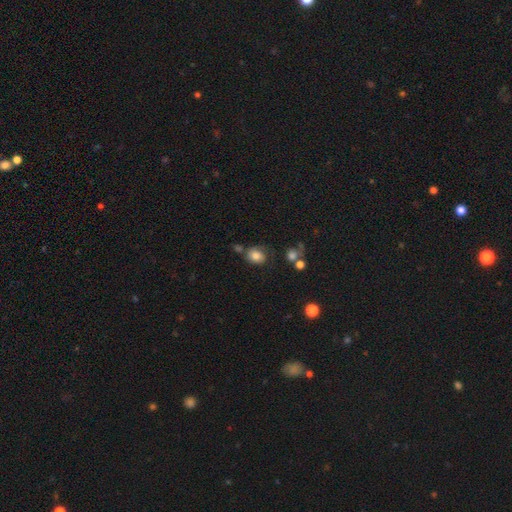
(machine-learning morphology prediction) This is likely a smooth galaxy (76%). How rounded: possibly round (54%). Merging: possibly none (53%).